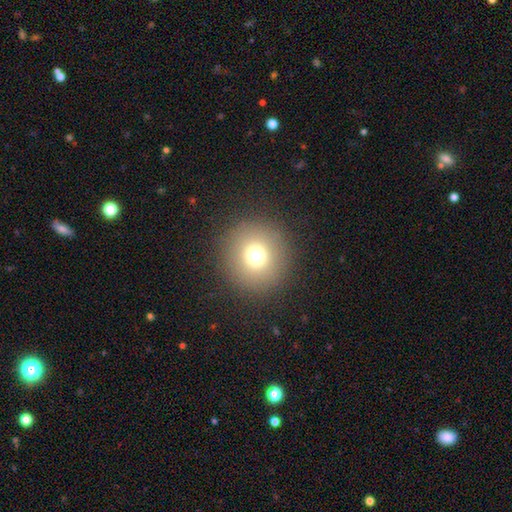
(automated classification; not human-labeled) Q: Smooth or featured?
A: smooth (71%); runner-up: star or artifact (18%)
Q: How rounded?
A: round (94%); runner-up: in between (5%)
Q: Merging?
A: none (90%); runner-up: minor disturbance (6%)